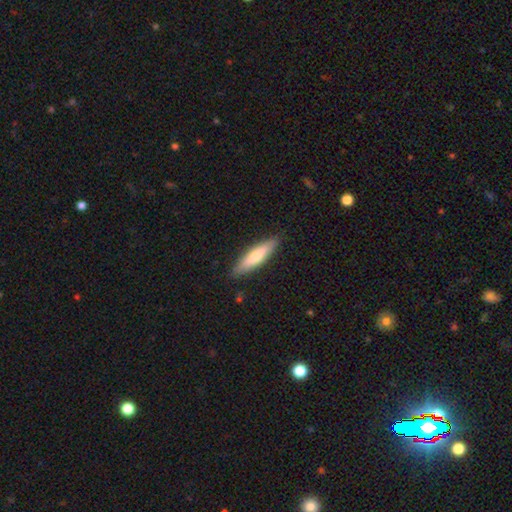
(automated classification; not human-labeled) A smooth galaxy with no disk features (68%) that is cigar-shaped (74%).

Vote fractions:
- Smooth or featured? smooth: 68% / featured or disk: 26% / star or artifact: 5%
- How rounded? cigar-shaped: 74% / in between: 25% / round: 1%
- Merging? none: 87% / minor disturbance: 10% / major disturbance: 2% / merger: 1%